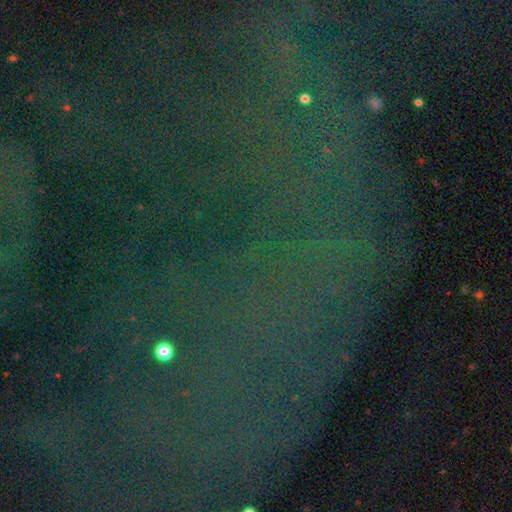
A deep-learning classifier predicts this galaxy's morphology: This is clearly a star or artifact rather than a galaxy (82%).